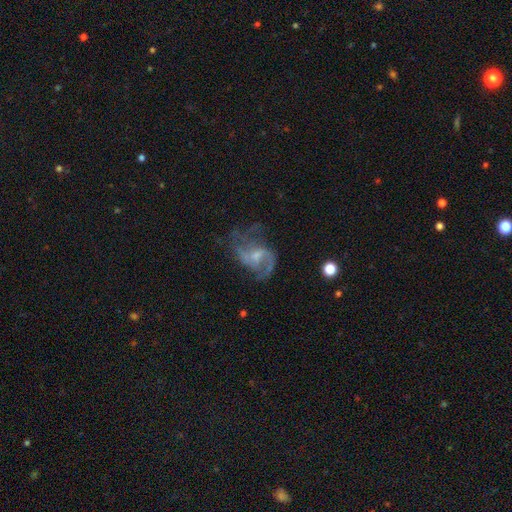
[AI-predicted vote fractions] Smooth or featured? featured or disk (81%)
Edge-on disk? no (97%)
Bar? weak (49%)
Spiral arms? yes (92%)
Spiral winding? loose (46%)
Spiral arm count? 2 (69%)
Bulge size? small (51%)
Merging? none (54%)